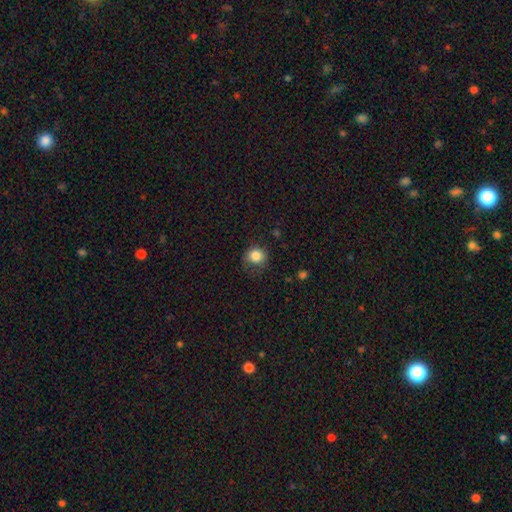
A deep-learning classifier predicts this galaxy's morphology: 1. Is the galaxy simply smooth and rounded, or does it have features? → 84% smooth, 11% star or artifact, 6% featured or disk.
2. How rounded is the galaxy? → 84% round, 15% in between, 1% cigar-shaped.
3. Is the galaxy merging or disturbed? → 69% none, 22% minor disturbance, 7% major disturbance, 1% merger.